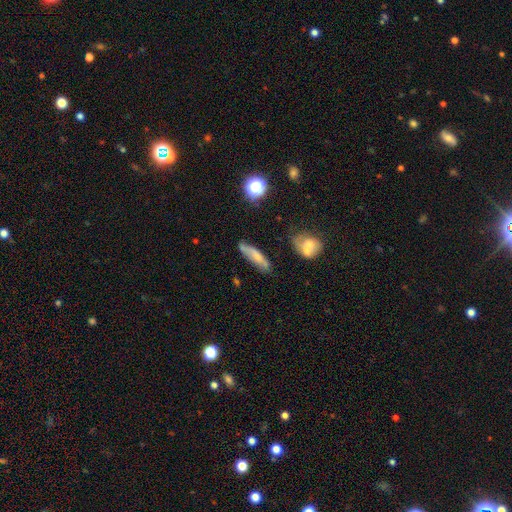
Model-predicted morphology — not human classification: type=smooth (62%); roundness=cigar-shaped (62%); merging=none (62%).